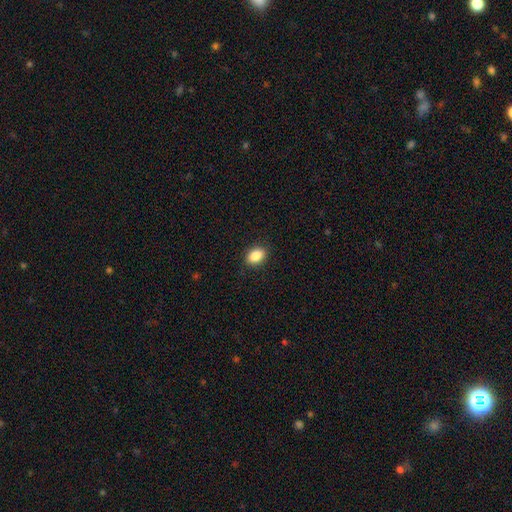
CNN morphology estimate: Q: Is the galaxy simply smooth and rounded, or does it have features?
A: smooth — 87%.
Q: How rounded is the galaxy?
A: in between — 82%.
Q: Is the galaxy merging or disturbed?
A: none — 89%.